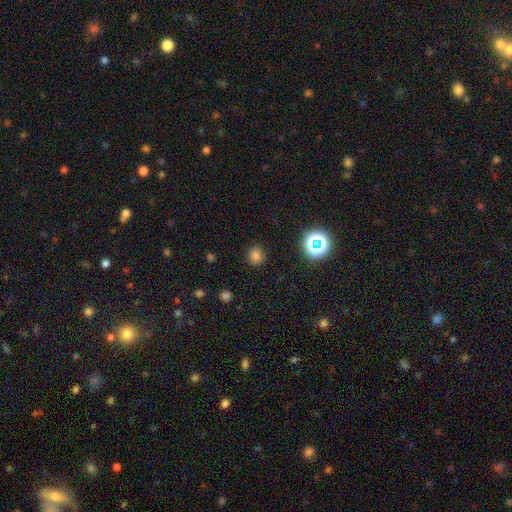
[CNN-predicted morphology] Smooth or featured? smooth (75%)
How rounded? round (85%)
Merging? none (86%)